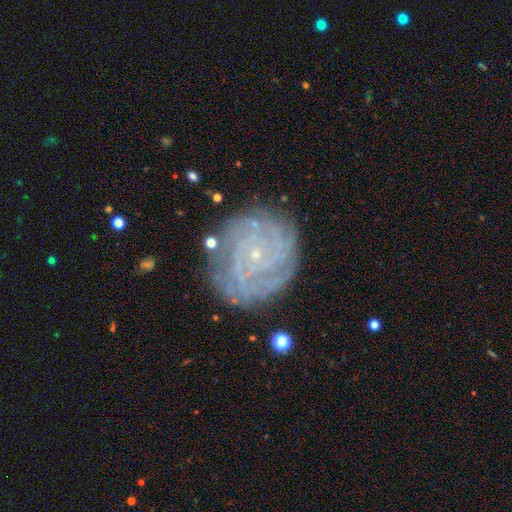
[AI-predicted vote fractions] featured or disk 84%, star or artifact 8%, smooth 7%. Down the decision tree: edge-on disk — no (97%); bar — no (76%); spiral arms — yes (97%); spiral arm count — 4 (26%); spiral winding — tight (83%); bulge size — small (89%); merging — none (80%).